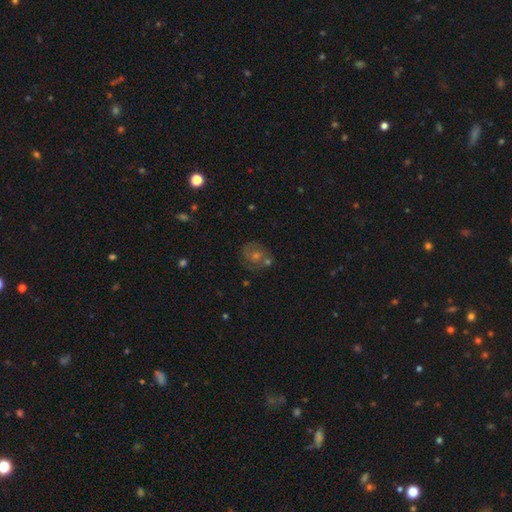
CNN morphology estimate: Smooth or featured? featured or disk (51%)
Edge-on disk? no (97%)
Merging? none (70%)